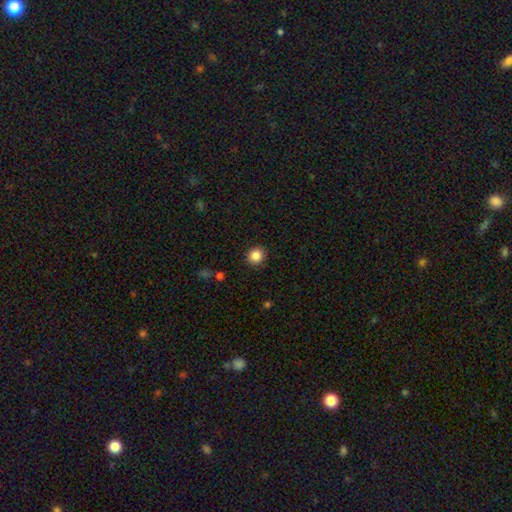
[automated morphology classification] type=smooth (86%); roundness=round (90%); merging=none (91%).